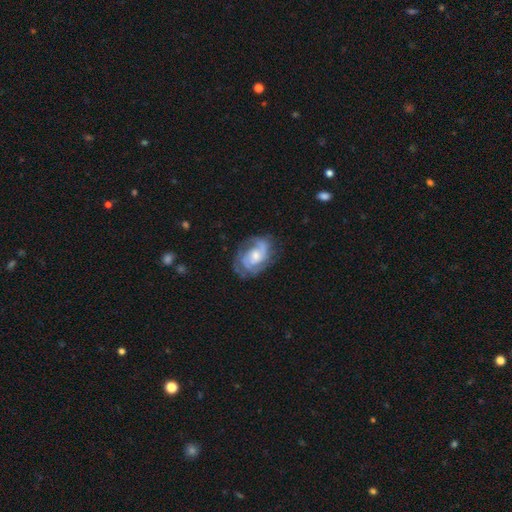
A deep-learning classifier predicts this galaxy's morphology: Overall: featured or disk (82%). Edge-on disk: no (97%). Bar: no (57%; weak 36%). Spiral arms: yes (94%). Spiral arm count: 2 (49%; can't tell 20%). Spiral winding: tight (46%; medium 42%). Bulge size: moderate (50%; small 37%). Merging: none (67%).